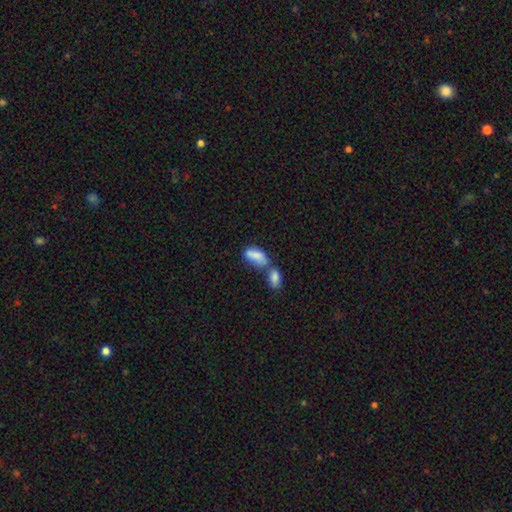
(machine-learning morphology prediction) type=smooth (80%); roundness=in between (87%); merging=merger (57%).